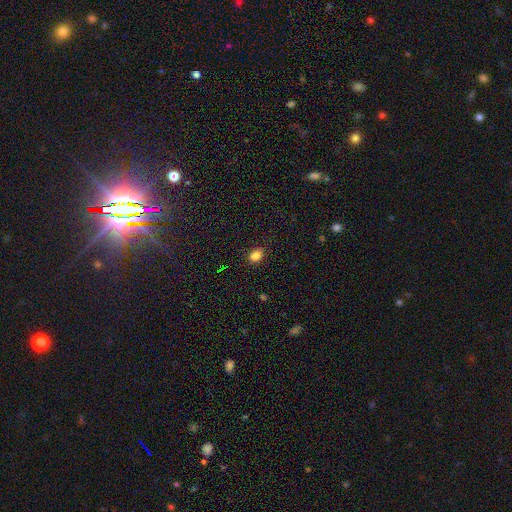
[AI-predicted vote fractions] Overall: smooth (81%). How rounded: in between (74%). Merging: none (80%).